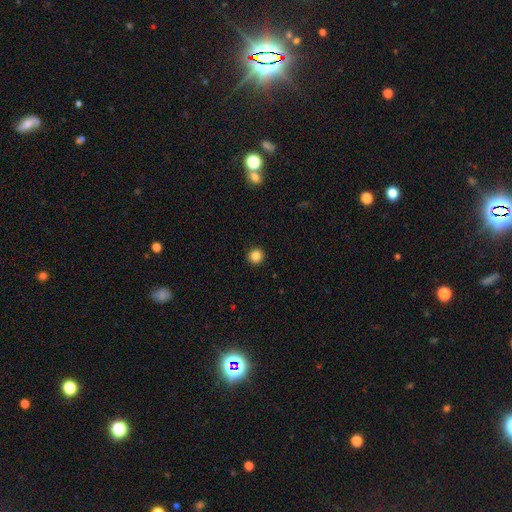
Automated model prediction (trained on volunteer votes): A smooth galaxy with no disk features (85%) that is round (95%).

Vote fractions:
- Smooth or featured? smooth: 85% / star or artifact: 11% / featured or disk: 4%
- How rounded? round: 95% / in between: 4% / cigar-shaped: 1%
- Merging? none: 93% / minor disturbance: 4% / major disturbance: 1% / merger: 1%